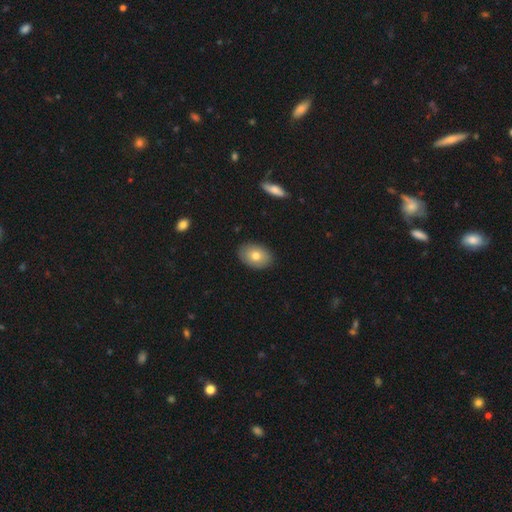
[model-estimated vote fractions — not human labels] Smooth or featured: smooth — 75% (featured or disk — 17%)
How rounded: in between — 84% (round — 15%)
Merging: none — 87% (minor disturbance — 9%)